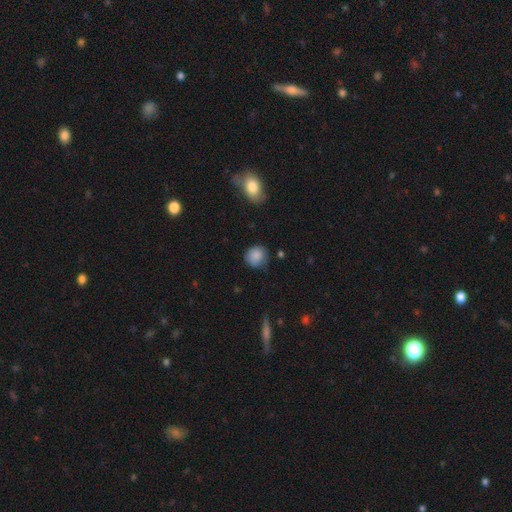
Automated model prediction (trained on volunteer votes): Smooth or featured? smooth (86%)
How rounded? round (84%)
Merging? none (74%)